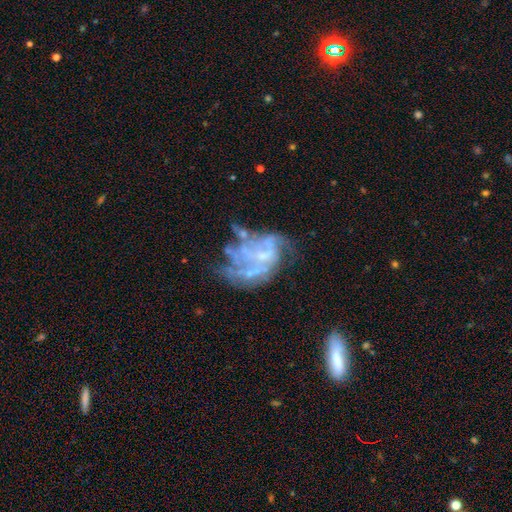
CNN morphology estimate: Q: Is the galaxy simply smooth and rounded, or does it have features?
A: featured or disk — 73%.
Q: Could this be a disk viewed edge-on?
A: no — 97%.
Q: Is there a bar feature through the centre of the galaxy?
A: no — 60%.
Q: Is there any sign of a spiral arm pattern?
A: yes — 63%.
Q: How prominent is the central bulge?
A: small — 52%.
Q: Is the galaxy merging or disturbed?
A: none — 38%.